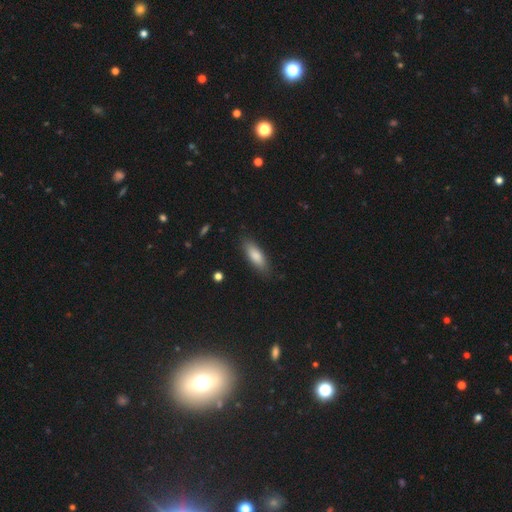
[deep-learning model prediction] A smooth galaxy with no disk features (81%) that is in between round and cigar-shaped (57%).

Vote fractions:
- Smooth or featured? smooth: 81% / featured or disk: 13% / star or artifact: 6%
- How rounded? in between: 57% / cigar-shaped: 41% / round: 2%
- Merging? none: 85% / minor disturbance: 12% / major disturbance: 2% / merger: 1%